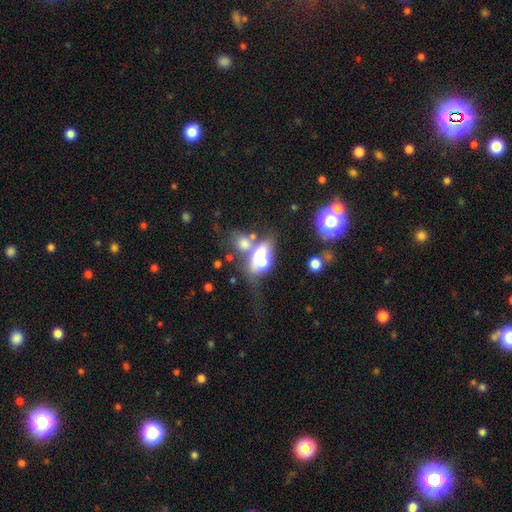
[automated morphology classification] A smooth galaxy with no disk features (44%). Merging: merger (52%).